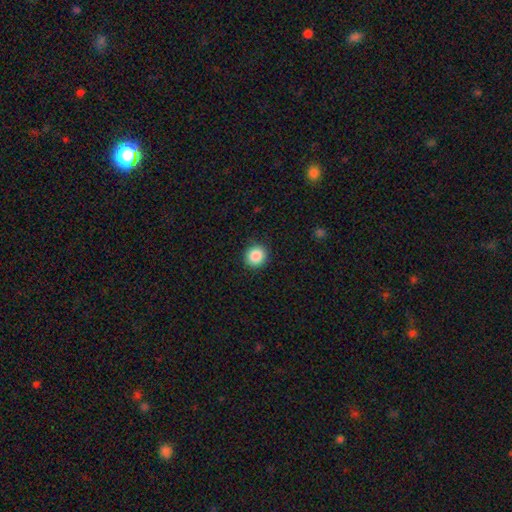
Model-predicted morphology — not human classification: The model was most divided on "smooth or featured": smooth: 88%, star or artifact: 9%, featured or disk: 3%. More confident: how rounded — round (91%); merging — none (90%).